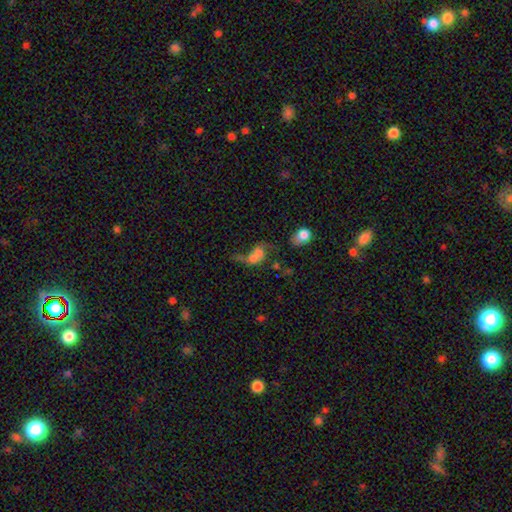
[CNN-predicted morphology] smooth_or_featured: smooth (p=0.54) [alt: featured or disk p=0.31]
how_rounded: in between (p=0.60) [alt: round p=0.36]
merging: merger (p=0.64) [alt: major disturbance p=0.15]